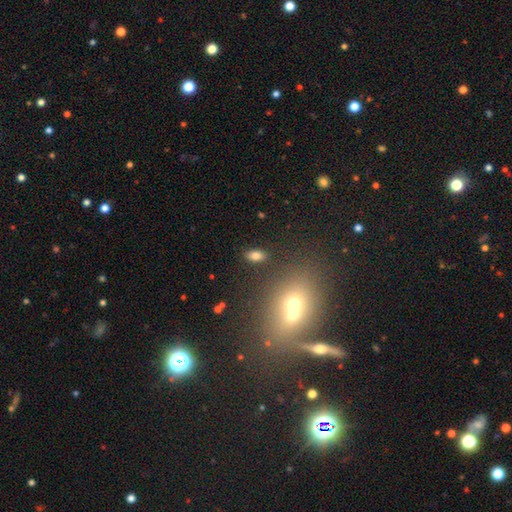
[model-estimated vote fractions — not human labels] Smooth or featured? Predicted: smooth (p=0.78). How rounded? Predicted: in between (p=0.89). Merging? Predicted: none (p=0.83).